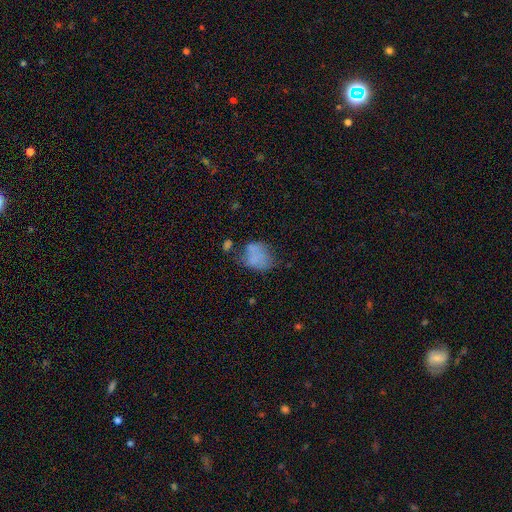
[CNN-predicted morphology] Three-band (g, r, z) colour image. It shows a smooth galaxy with no disk features (68%) that is in between round and cigar-shaped (61%). Merging: none (37%).